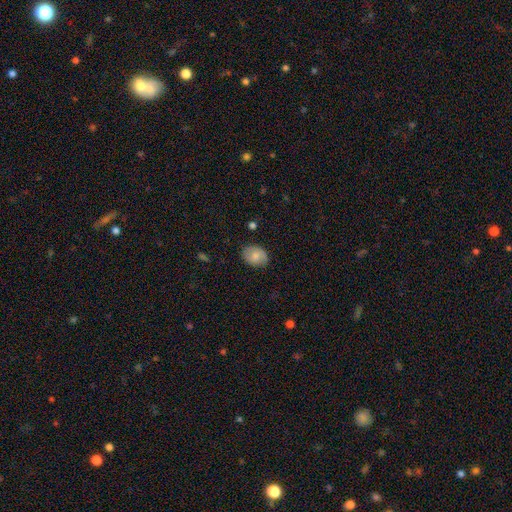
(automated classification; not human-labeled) A smooth galaxy with no disk features (74%) that is in between round and cigar-shaped (64%).

Vote fractions:
- Smooth or featured? smooth: 74% / featured or disk: 19% / star or artifact: 7%
- How rounded? in between: 64% / round: 35% / cigar-shaped: 1%
- Merging? none: 81% / minor disturbance: 14% / major disturbance: 3% / merger: 1%